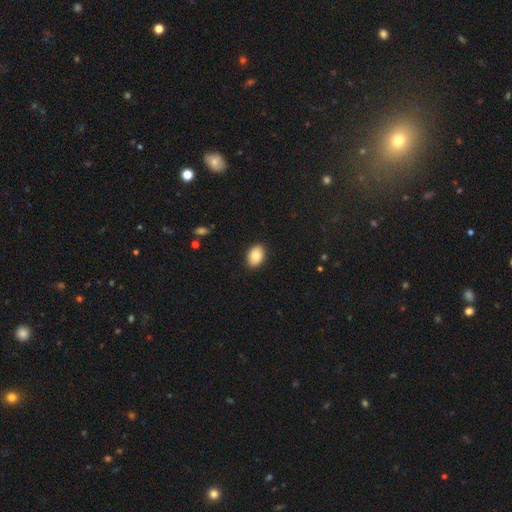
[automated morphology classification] smooth_or_featured: smooth (p=0.86) [alt: star or artifact p=0.07]
how_rounded: in between (p=0.83) [alt: round p=0.16]
merging: none (p=0.89) [alt: minor disturbance p=0.08]